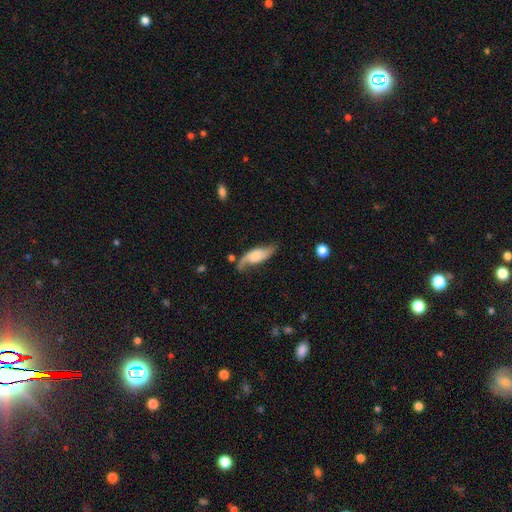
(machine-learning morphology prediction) smooth_or_featured: featured or disk (p=0.56) [alt: smooth p=0.37]
disk_edge_on: no (p=0.80) [alt: yes p=0.20]
merging: none (p=0.53) [alt: minor disturbance p=0.28]